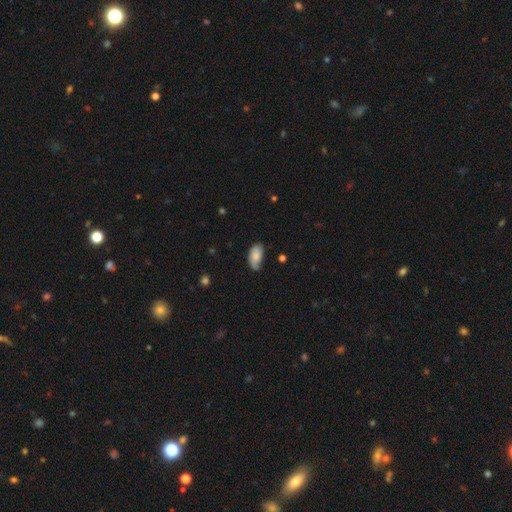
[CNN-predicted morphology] Q: Smooth or featured?
A: smooth (76%); runner-up: featured or disk (17%)
Q: How rounded?
A: in between (94%); runner-up: round (3%)
Q: Merging?
A: none (52%); runner-up: minor disturbance (37%)